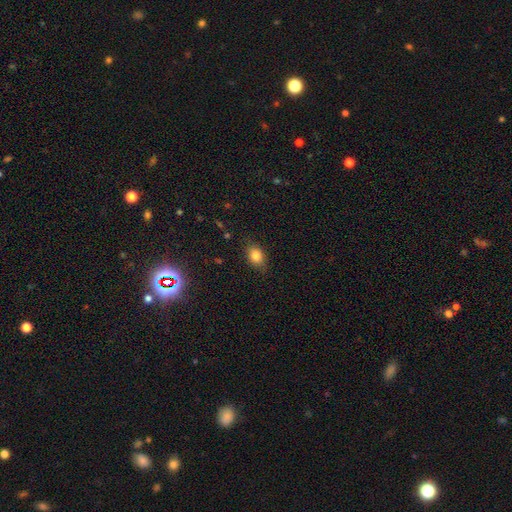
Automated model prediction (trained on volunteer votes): Smooth or featured: smooth — 82% (star or artifact — 10%)
How rounded: in between — 70% (round — 28%)
Merging: none — 80% (minor disturbance — 15%)